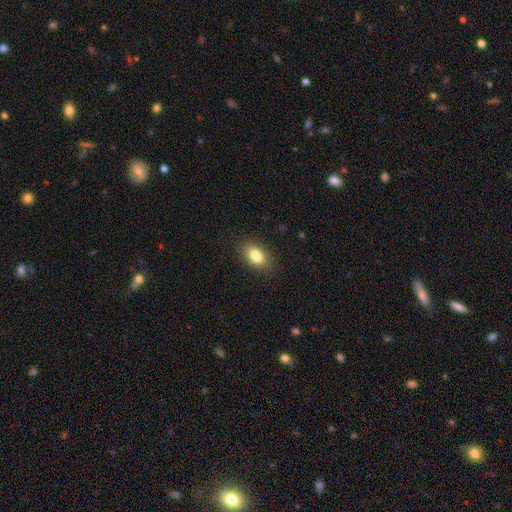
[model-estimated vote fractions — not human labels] Smooth or featured? smooth (83%)
How rounded? in between (88%)
Merging? none (86%)